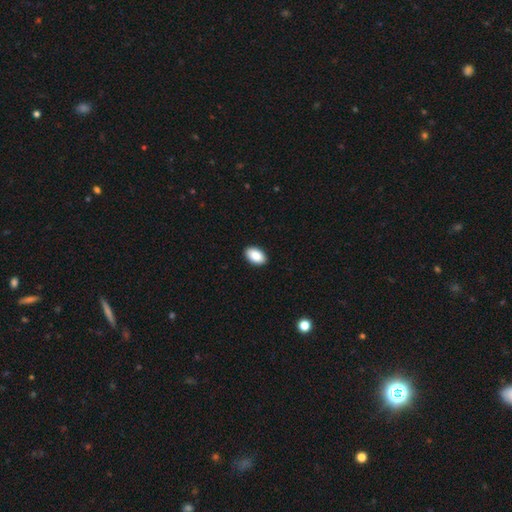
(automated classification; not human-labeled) Smooth or featured: smooth — 90% (star or artifact — 6%)
How rounded: in between — 94% (round — 5%)
Merging: none — 91% (minor disturbance — 7%)